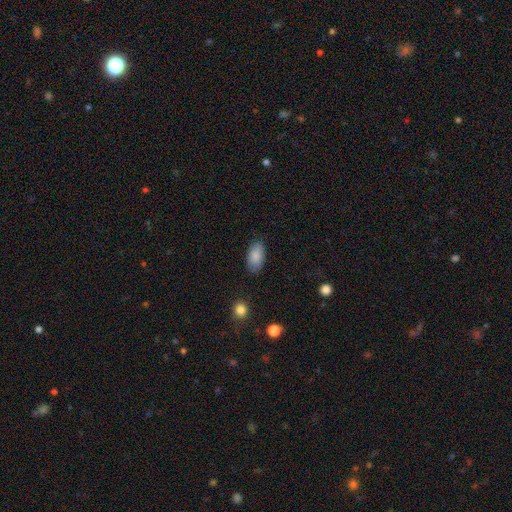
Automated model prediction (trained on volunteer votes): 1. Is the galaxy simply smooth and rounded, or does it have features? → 87% smooth, 7% star or artifact, 6% featured or disk.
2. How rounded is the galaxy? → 94% in between, 4% round, 3% cigar-shaped.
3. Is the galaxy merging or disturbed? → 83% none, 13% minor disturbance, 3% major disturbance, 1% merger.